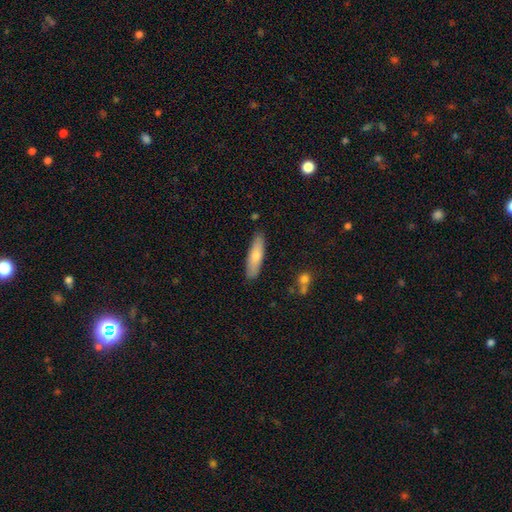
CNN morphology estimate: This is likely a smooth galaxy (74%). How rounded: likely cigar-shaped (63%). Merging: clearly none (86%).